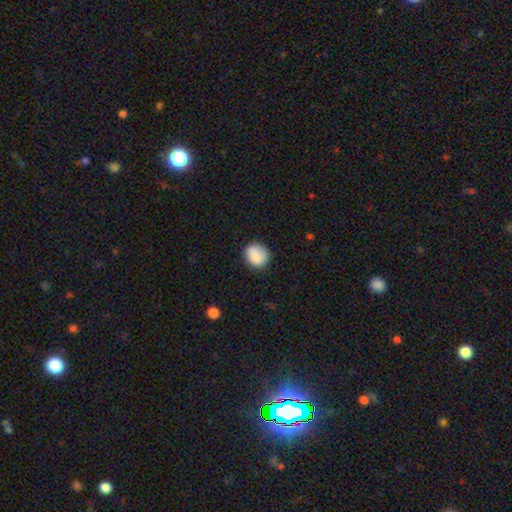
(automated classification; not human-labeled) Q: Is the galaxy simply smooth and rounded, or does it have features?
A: smooth — 85%.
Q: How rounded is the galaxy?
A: round — 71%.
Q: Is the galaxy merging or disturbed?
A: none — 80%.